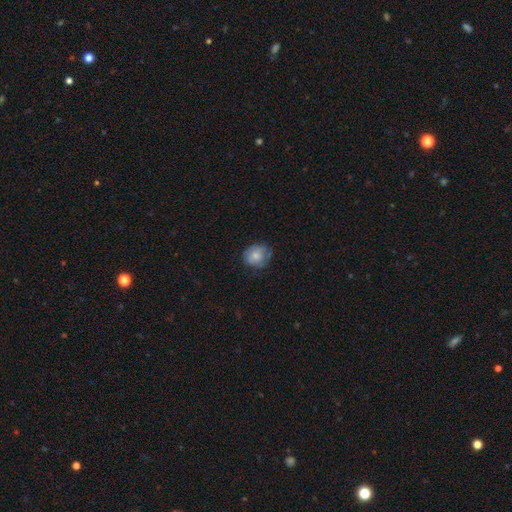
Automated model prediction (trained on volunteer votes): A smooth galaxy with no disk features (71%) that is round (75%). Merging: none (64%).